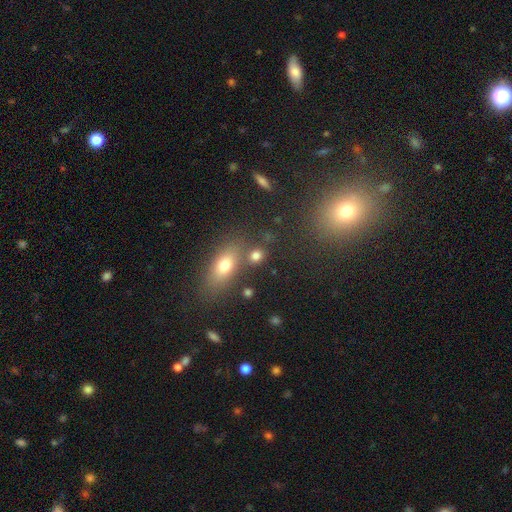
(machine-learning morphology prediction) Smooth or featured? smooth (77%)
How rounded? round (63%)
Merging? none (69%)